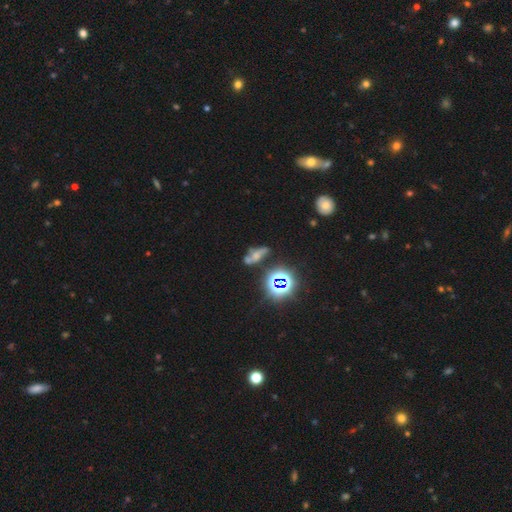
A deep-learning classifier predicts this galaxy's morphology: featured or disk 36%, smooth 33%, star or artifact 31%. Down the decision tree: merging — none (41%).